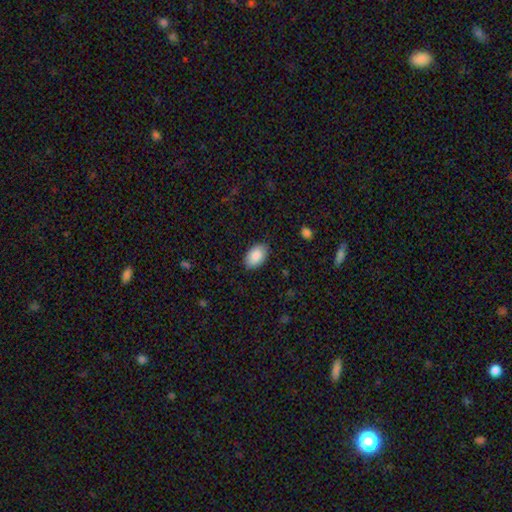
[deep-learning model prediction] Smooth or featured?
  - smooth: 89% *
  - star or artifact: 6%
  - featured or disk: 5%
How rounded?
  - in between: 93% *
  - round: 6%
  - cigar-shaped: 1%
Merging?
  - none: 85% *
  - minor disturbance: 12%
  - major disturbance: 2%
  - merger: 1%